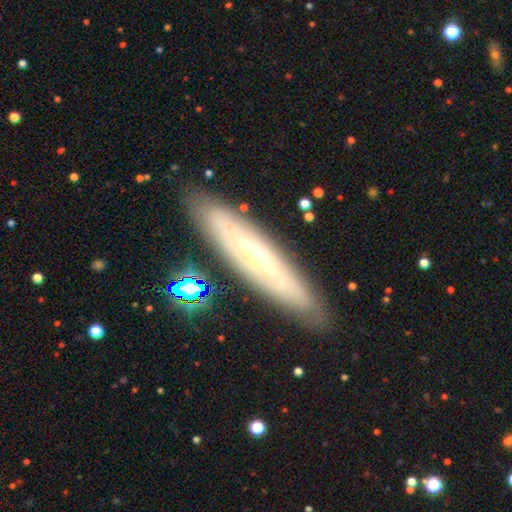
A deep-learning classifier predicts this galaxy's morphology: Overall: featured or disk (71%). Edge-on disk: yes (59%; no 41%). Merging: none (87%).